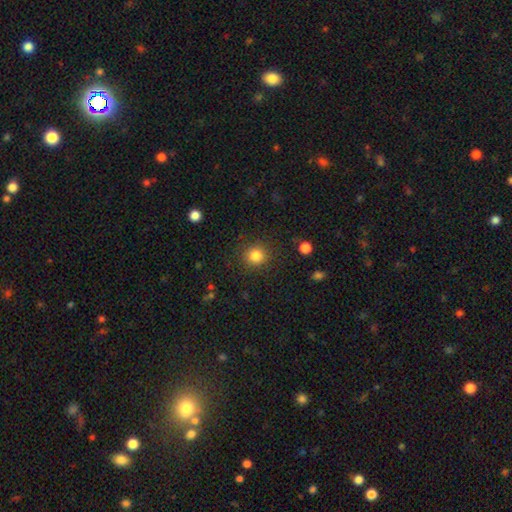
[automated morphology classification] This appears to be a smooth galaxy with no disk features (84%) that is round (92%). Merging: none (89%).